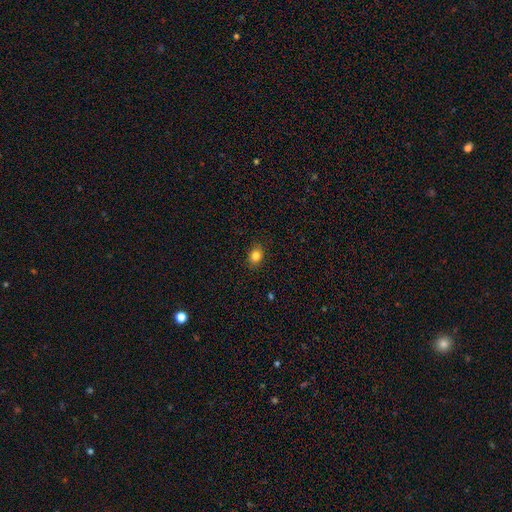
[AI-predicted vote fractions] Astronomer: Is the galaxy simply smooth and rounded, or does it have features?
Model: smooth — 83%.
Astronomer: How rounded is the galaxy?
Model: in between — 55% (runner-up: round, 44%).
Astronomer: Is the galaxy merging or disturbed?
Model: none — 89%.